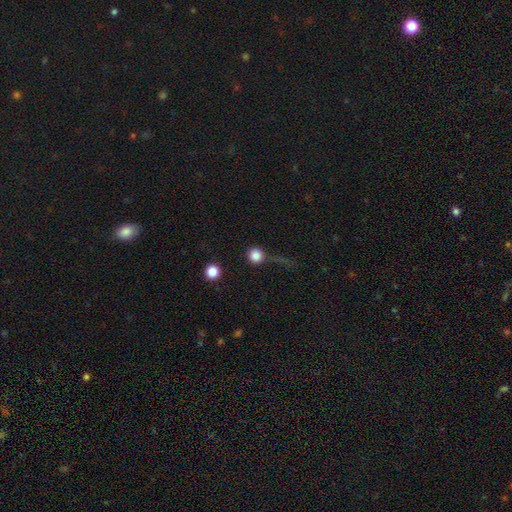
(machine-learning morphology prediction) The model was most divided on "merging": none: 67%, minor disturbance: 15%, major disturbance: 12%, merger: 6%. More confident: how rounded — round (94%); smooth or featured — smooth (84%).